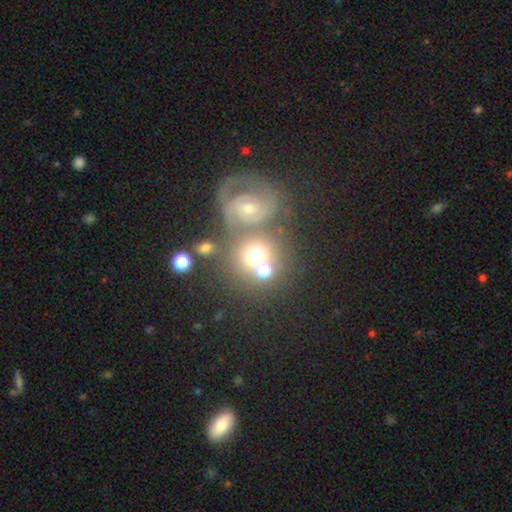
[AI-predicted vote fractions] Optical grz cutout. It shows a smooth galaxy with no disk features (49%). Merging: merger (42%).